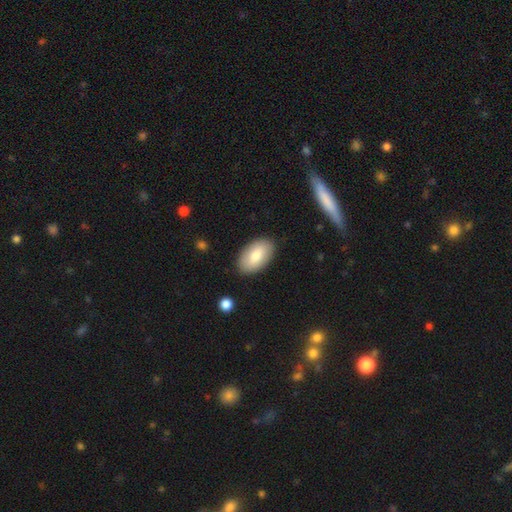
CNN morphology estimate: Smooth or featured? smooth (79%)
How rounded? in between (95%)
Merging? none (87%)